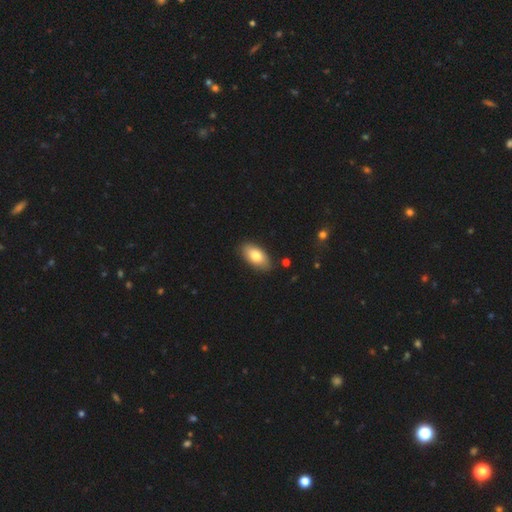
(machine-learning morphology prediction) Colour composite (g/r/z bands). It shows a smooth galaxy with no disk features (80%) that is in between round and cigar-shaped (92%). Merging: none (86%).